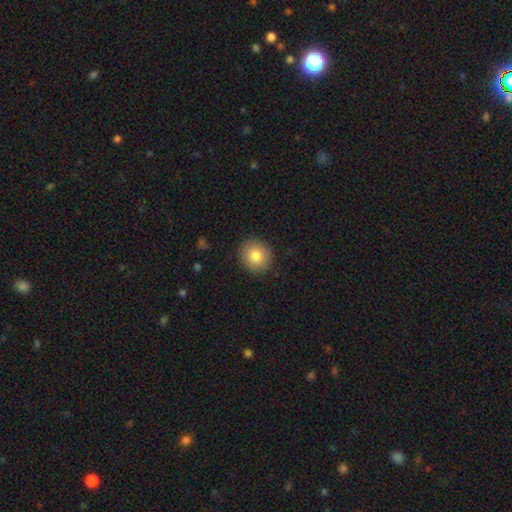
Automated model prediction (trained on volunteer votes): Smooth or featured? Predicted: smooth (p=0.83). How rounded? Predicted: round (p=0.90). Merging? Predicted: none (p=0.91).